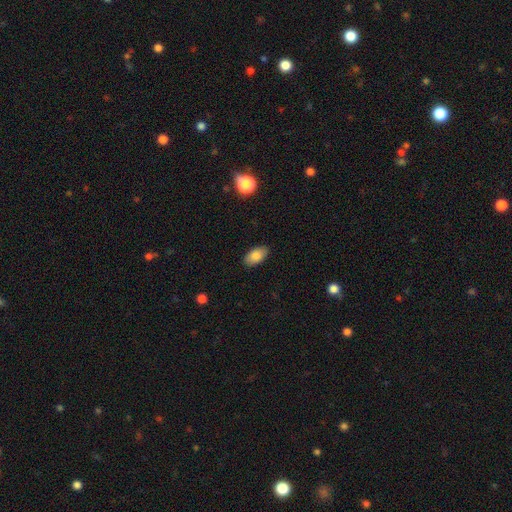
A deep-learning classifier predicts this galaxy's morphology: Smooth or featured? Predicted: smooth (p=0.85). How rounded? Predicted: in between (p=0.94). Merging? Predicted: none (p=0.88).